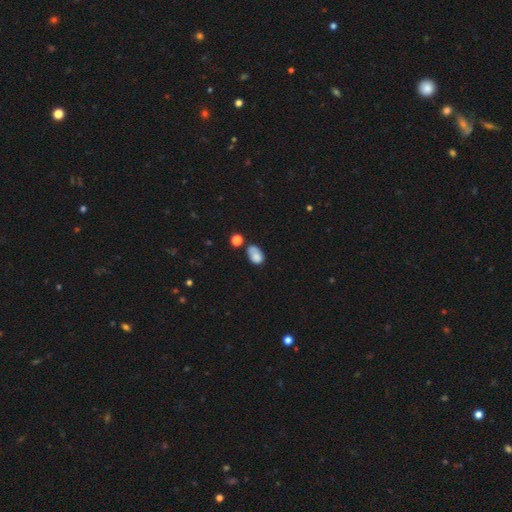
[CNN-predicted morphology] Smooth or featured? Predicted: smooth (p=0.76). How rounded? Predicted: in between (p=0.82). Merging? Predicted: none (p=0.39).